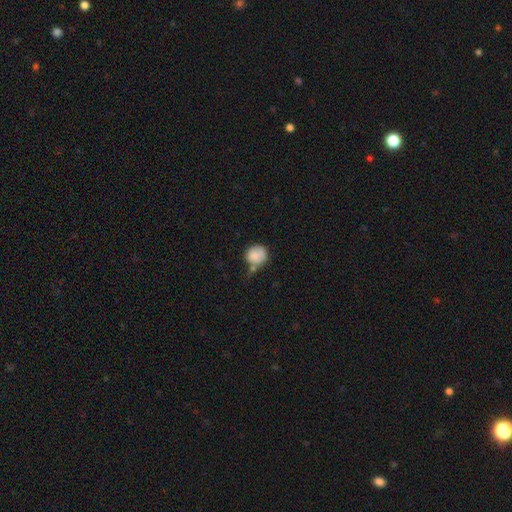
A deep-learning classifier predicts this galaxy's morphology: smooth_or_featured: smooth (p=0.83) [alt: featured or disk p=0.09]
how_rounded: round (p=0.83) [alt: in between p=0.16]
merging: none (p=0.48) [alt: minor disturbance p=0.25]